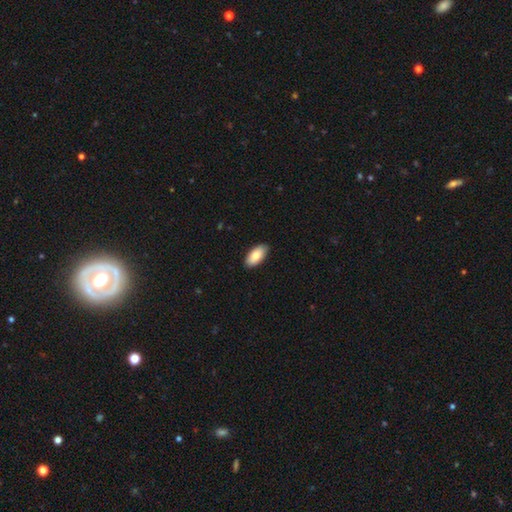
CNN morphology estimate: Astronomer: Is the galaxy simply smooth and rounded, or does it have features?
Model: smooth — 82%.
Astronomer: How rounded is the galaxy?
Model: in between — 92%.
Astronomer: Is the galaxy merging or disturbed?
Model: none — 88%.